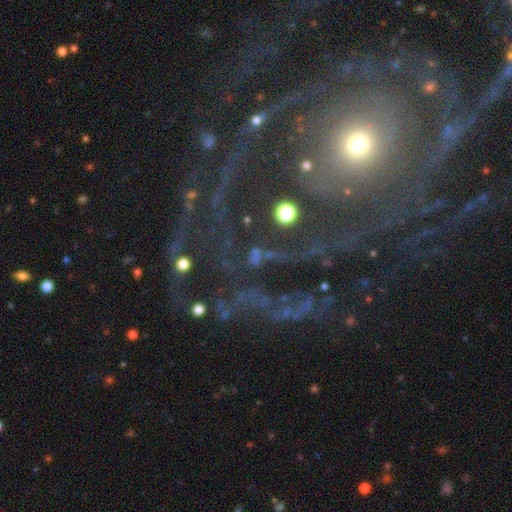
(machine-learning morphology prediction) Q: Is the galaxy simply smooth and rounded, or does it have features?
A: featured or disk — 47%.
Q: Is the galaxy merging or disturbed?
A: none — 69%.